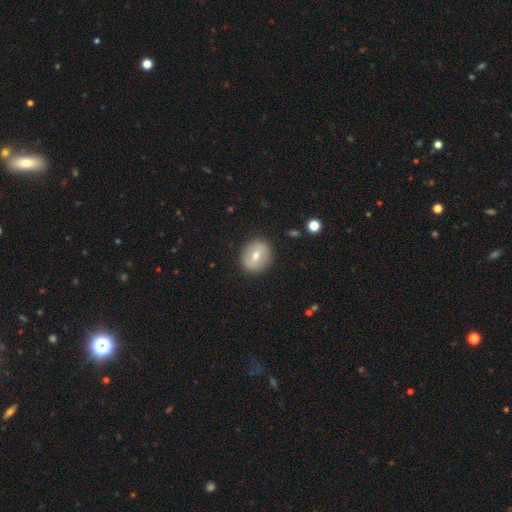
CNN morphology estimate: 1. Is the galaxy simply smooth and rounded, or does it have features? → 59% smooth, 34% featured or disk, 8% star or artifact.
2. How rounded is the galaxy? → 69% round, 30% in between, 1% cigar-shaped.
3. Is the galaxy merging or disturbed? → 88% none, 8% minor disturbance, 3% major disturbance, 1% merger.